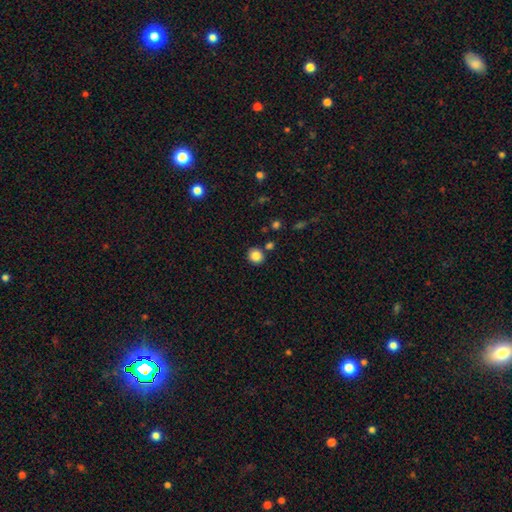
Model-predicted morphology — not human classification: This appears to be a smooth galaxy with no disk features (85%) that is round (85%). Merging: none (84%).